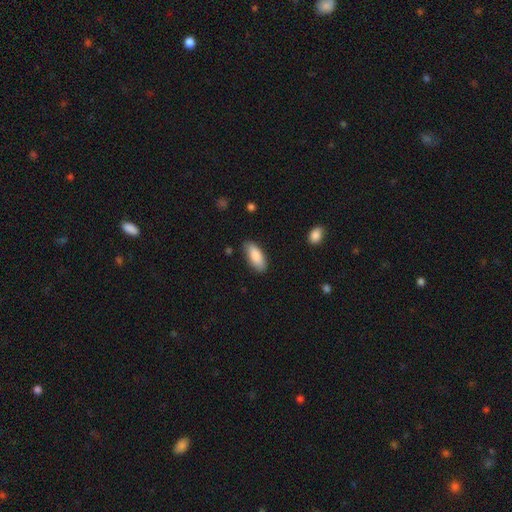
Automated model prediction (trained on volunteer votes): Smooth or featured: smooth — 87% (featured or disk — 7%)
How rounded: in between — 83% (cigar-shaped — 15%)
Merging: none — 84% (minor disturbance — 12%)